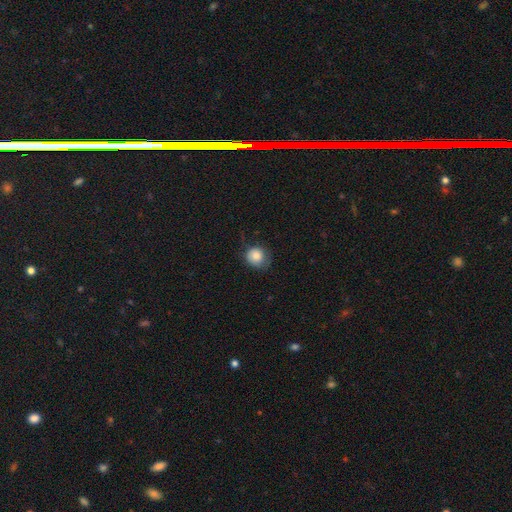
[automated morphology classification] type=smooth (84%); roundness=round (83%); merging=none (64%).